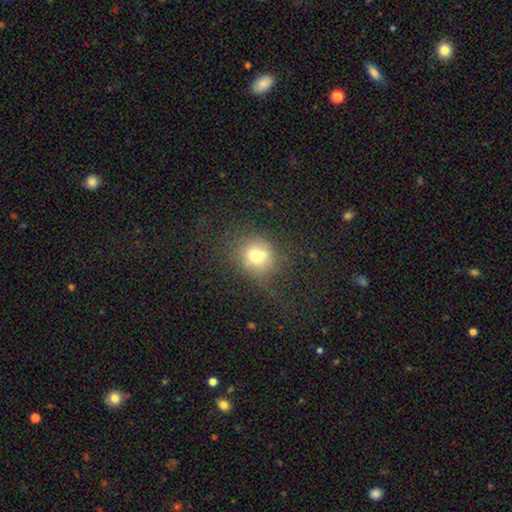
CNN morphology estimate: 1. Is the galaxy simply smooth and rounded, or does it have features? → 66% smooth, 18% featured or disk, 16% star or artifact.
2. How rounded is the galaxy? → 80% round, 19% in between, 1% cigar-shaped.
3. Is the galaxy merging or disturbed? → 58% none, 18% merger, 15% minor disturbance, 9% major disturbance.